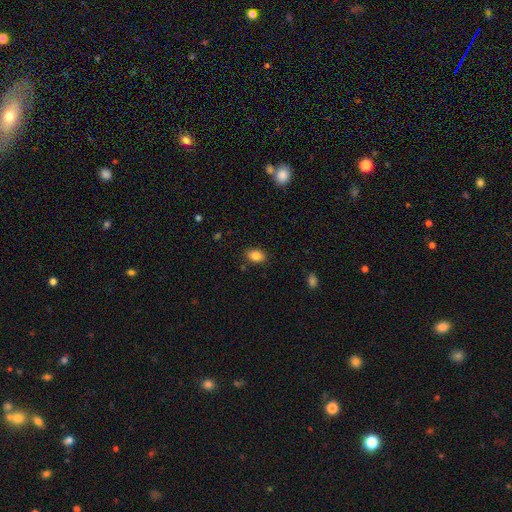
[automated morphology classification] A smooth galaxy with no disk features (85%) that is in between round and cigar-shaped (83%).

Vote fractions:
- Smooth or featured? smooth: 85% / star or artifact: 9% / featured or disk: 6%
- How rounded? in between: 83% / round: 16% / cigar-shaped: 1%
- Merging? none: 85% / minor disturbance: 11% / major disturbance: 3% / merger: 2%